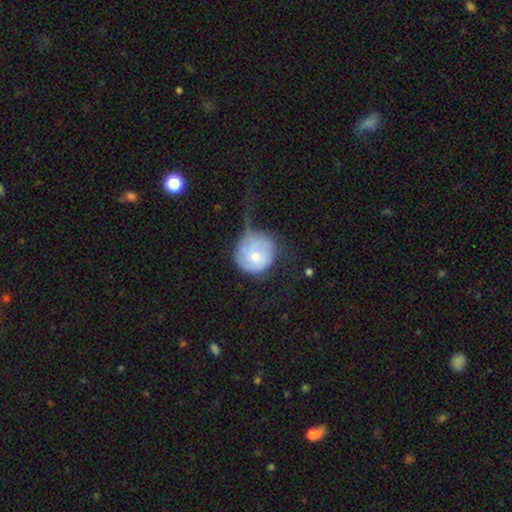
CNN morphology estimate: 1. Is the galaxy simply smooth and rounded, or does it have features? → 47% featured or disk, 46% smooth, 7% star or artifact.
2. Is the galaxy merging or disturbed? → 33% major disturbance, 32% none, 31% minor disturbance, 4% merger.